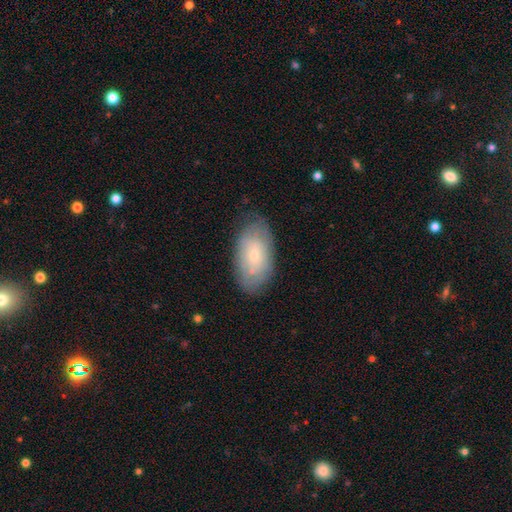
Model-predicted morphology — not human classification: smooth_or_featured: smooth (p=0.54) [alt: featured or disk p=0.38]
how_rounded: in between (p=0.94) [alt: round p=0.04]
merging: none (p=0.78) [alt: minor disturbance p=0.17]